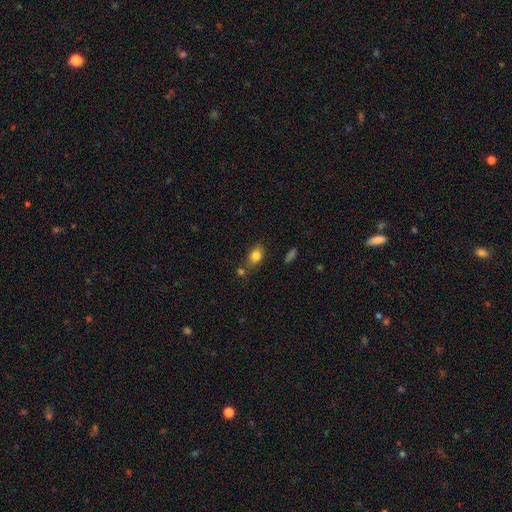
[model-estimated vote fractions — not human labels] This is clearly a smooth galaxy (81%). How rounded: likely in between (77%). Merging: likely none (65%).